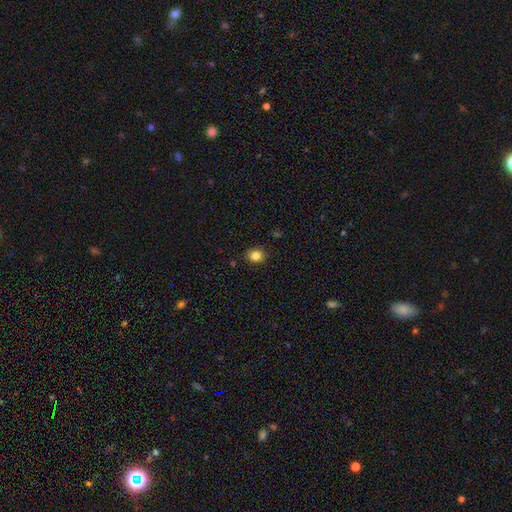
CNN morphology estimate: Smooth or featured? smooth (84%)
How rounded? round (61%)
Merging? none (87%)